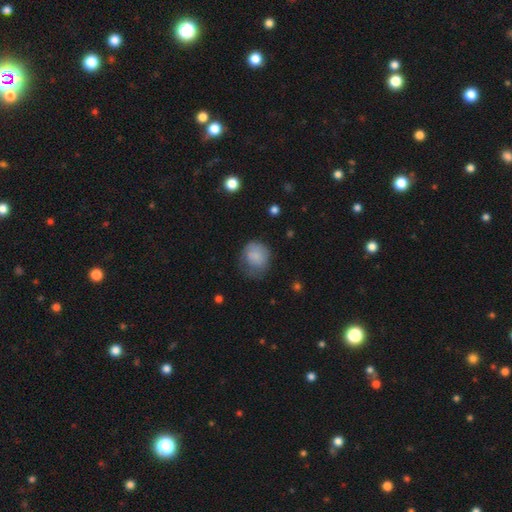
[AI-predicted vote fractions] Q: Smooth or featured?
A: smooth (78%); runner-up: featured or disk (14%)
Q: How rounded?
A: round (69%); runner-up: in between (31%)
Q: Merging?
A: none (47%); runner-up: minor disturbance (33%)